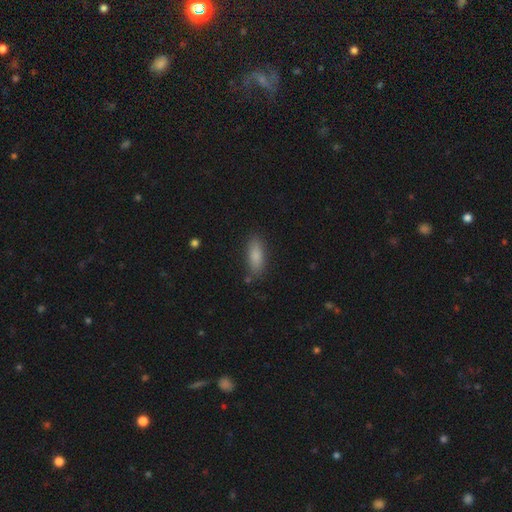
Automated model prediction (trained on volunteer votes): smooth-or-featured: smooth: 84% | featured or disk: 9% | star or artifact: 7%
  how-rounded: in between: 66% | cigar-shaped: 32% | round: 2%
  merging: none: 81% | minor disturbance: 13% | major disturbance: 3% | merger: 3%